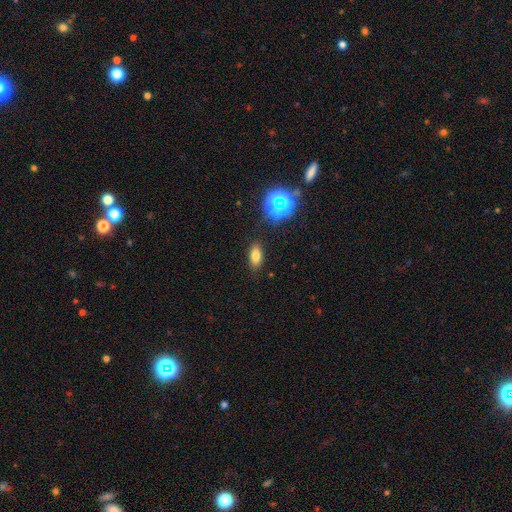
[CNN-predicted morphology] A smooth galaxy with no disk features (74%) that is in between round and cigar-shaped (84%). Merging: none (86%).